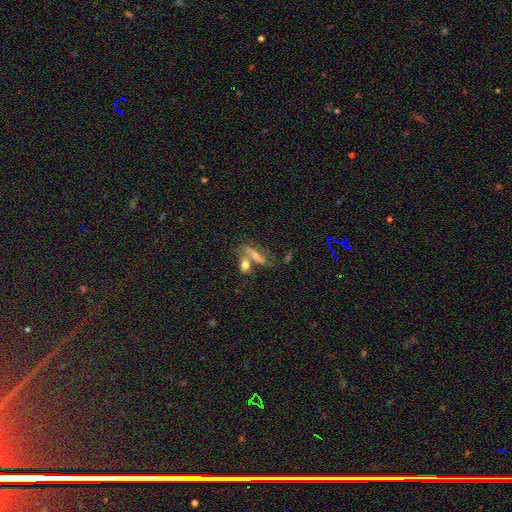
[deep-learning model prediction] Smooth or featured? Predicted: smooth (p=0.46). Merging? Predicted: none (p=0.43).